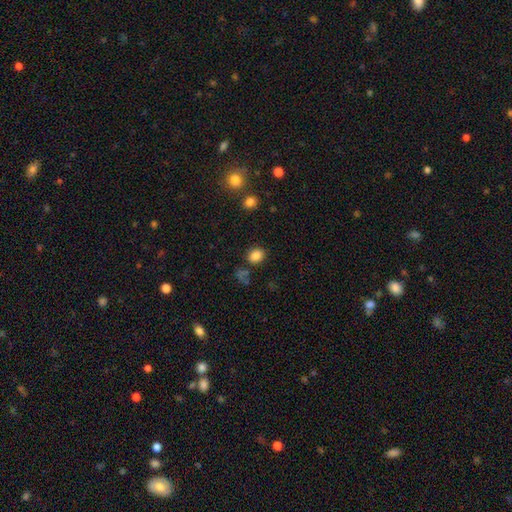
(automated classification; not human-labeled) Q: Smooth or featured?
A: smooth (84%); runner-up: star or artifact (11%)
Q: How rounded?
A: in between (51%); runner-up: round (48%)
Q: Merging?
A: none (79%); runner-up: minor disturbance (11%)